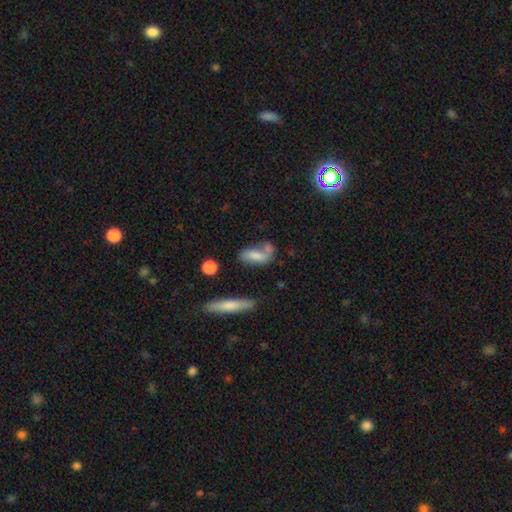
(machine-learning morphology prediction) Smooth or featured? smooth (61%)
How rounded? in between (70%)
Merging? none (38%)